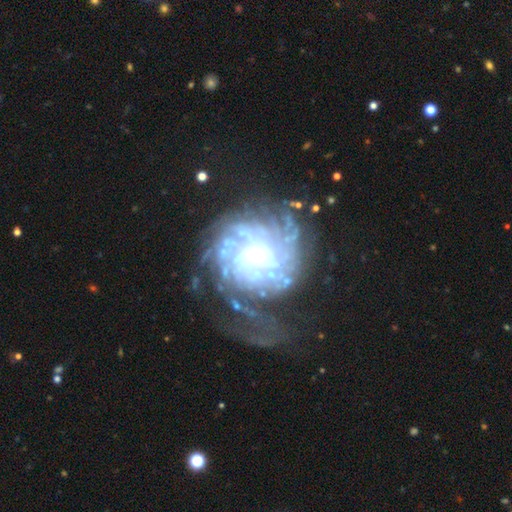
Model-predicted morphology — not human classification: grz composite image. It shows a featured or disk galaxy (88%) with no bar (55%), tight (64%) spiral arms (94%) and a small central bulge (51%). Merging: none (58%).